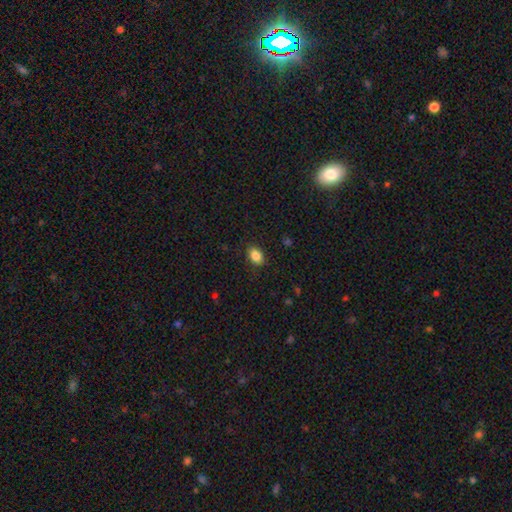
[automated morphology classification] This is clearly a smooth galaxy (86%). How rounded: likely in between (78%). Merging: clearly none (86%).